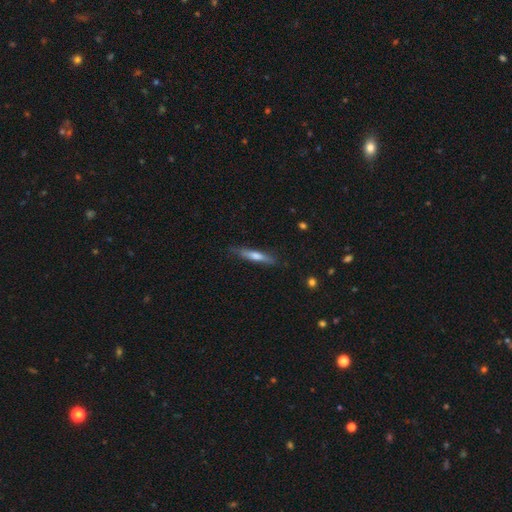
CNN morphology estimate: Smooth or featured? smooth (47%, tied with featured or disk)
Merging? none (84%)